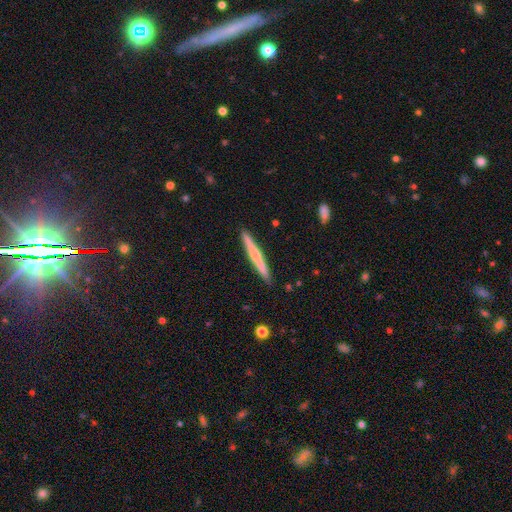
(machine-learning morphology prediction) smooth-or-featured: featured or disk: 53% | smooth: 42% | star or artifact: 5%
  disk-edge-on: yes: 98% | no: 2%
    edge-on-bulge: rounded: 56% | none: 35% | boxy: 8%
  merging: none: 91% | minor disturbance: 6% | major disturbance: 1% | merger: 1%